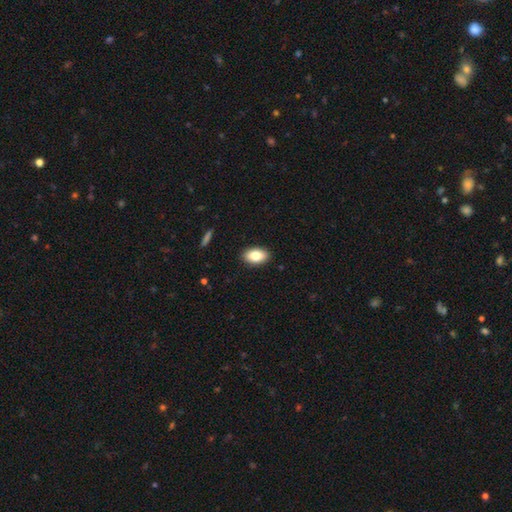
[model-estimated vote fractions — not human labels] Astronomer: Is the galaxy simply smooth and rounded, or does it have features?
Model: smooth — 82%.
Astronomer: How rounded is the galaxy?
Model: in between — 91%.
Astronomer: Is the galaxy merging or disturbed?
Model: none — 90%.